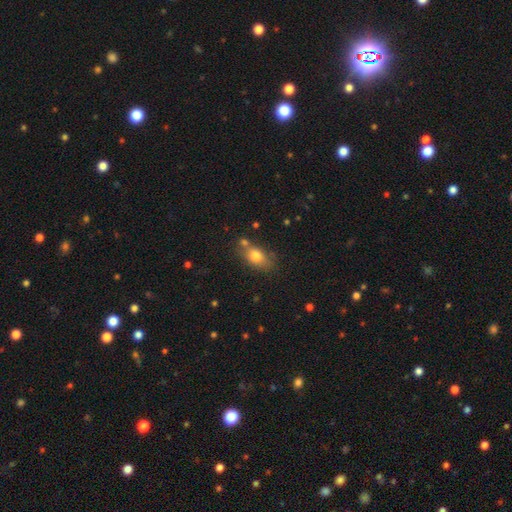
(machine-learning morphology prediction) smooth 76%, featured or disk 14%, star or artifact 10%. Down the decision tree: how rounded — in between (77%); merging — none (60%).